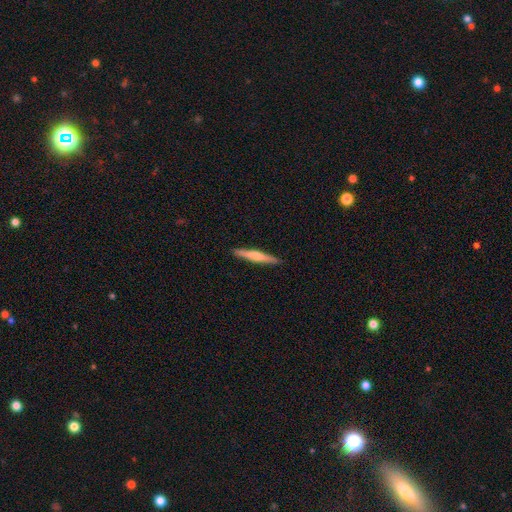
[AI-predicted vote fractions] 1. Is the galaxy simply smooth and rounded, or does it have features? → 52% smooth, 43% featured or disk, 5% star or artifact.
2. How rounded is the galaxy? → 94% cigar-shaped, 4% in between, 1% round.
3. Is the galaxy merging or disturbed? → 91% none, 6% minor disturbance, 1% major disturbance, 1% merger.